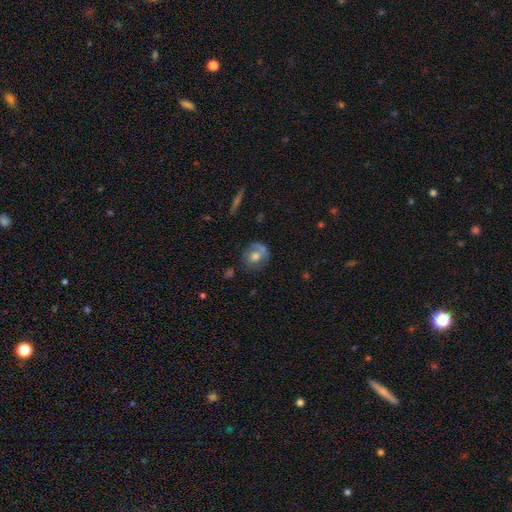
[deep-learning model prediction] This appears to be a smooth galaxy with no disk features (49%). Merging: none (60%).